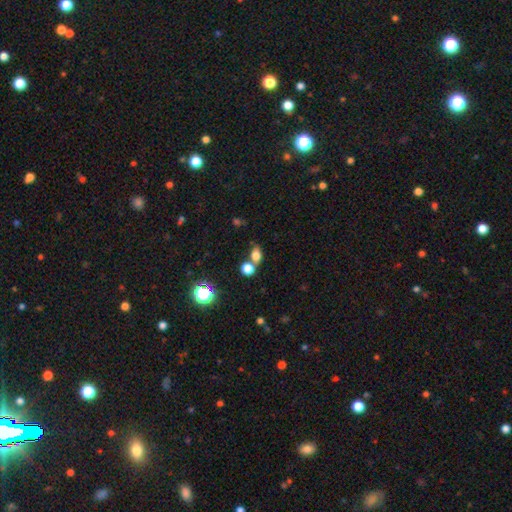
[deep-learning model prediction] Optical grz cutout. It shows a smooth galaxy with no disk features (75%) that is in between round and cigar-shaped (67%). Merging: none (53%).